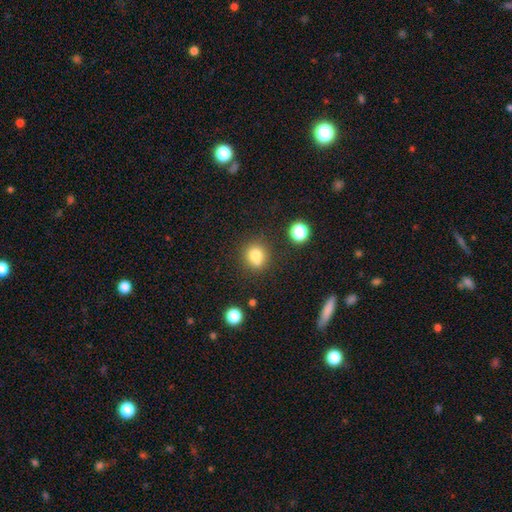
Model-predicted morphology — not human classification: A smooth galaxy with no disk features (78%) that is round (81%). Merging: none (69%).